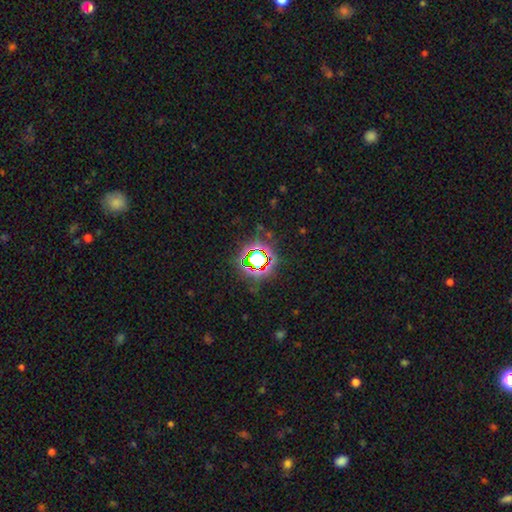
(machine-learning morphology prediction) smooth-or-featured: star or artifact: 76% | smooth: 15% | featured or disk: 9%